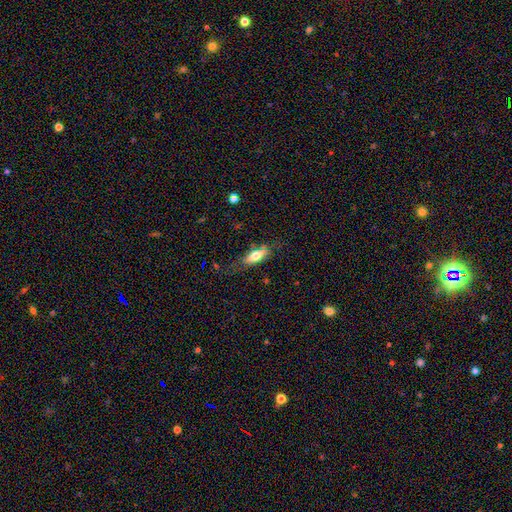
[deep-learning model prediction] This appears to be a smooth galaxy with no disk features (66%) that is in between round and cigar-shaped (68%). Merging: none (66%).